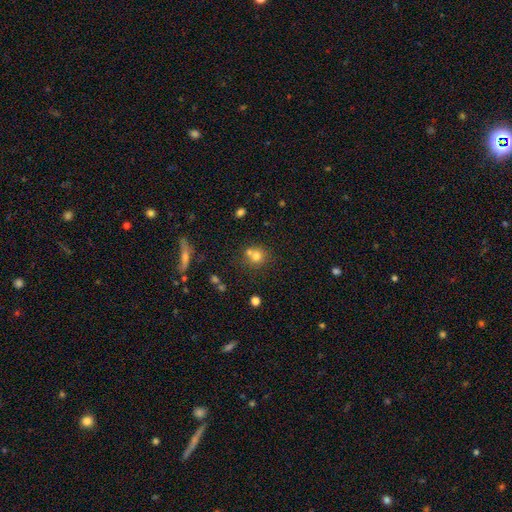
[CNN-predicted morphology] smooth_or_featured: smooth (p=0.73) [alt: star or artifact p=0.15]
how_rounded: round (p=0.85) [alt: in between p=0.14]
merging: none (p=0.51) [alt: merger p=0.37]